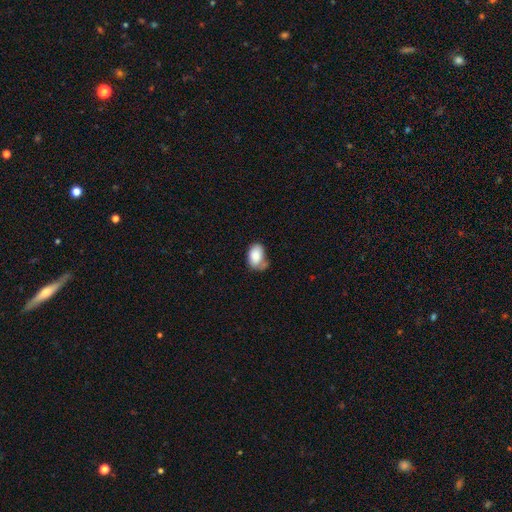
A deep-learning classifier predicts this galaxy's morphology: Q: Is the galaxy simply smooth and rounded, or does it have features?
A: smooth — 84%.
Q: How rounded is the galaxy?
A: in between — 88%.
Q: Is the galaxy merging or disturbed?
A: none — 42%.